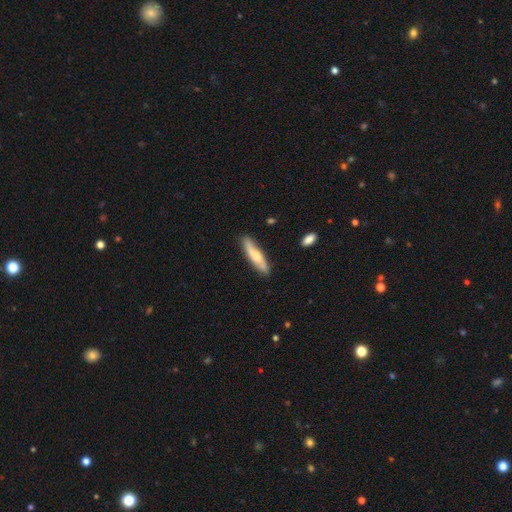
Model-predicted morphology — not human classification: Smooth or featured: smooth — 56% (featured or disk — 39%)
How rounded: cigar-shaped — 76% (in between — 22%)
Merging: none — 84% (minor disturbance — 12%)